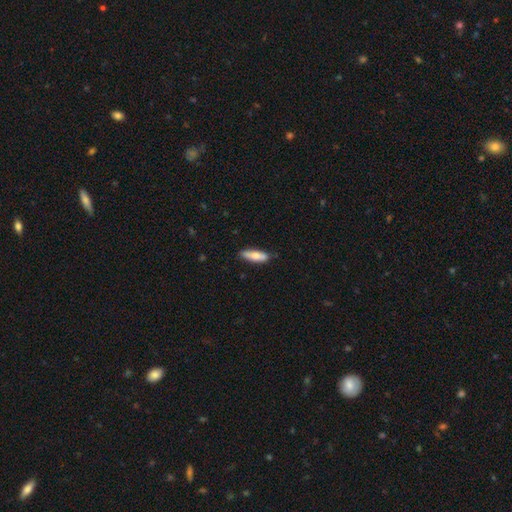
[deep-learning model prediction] Overall: smooth (77%). How rounded: cigar-shaped (52%; in between 47%). Merging: none (83%).